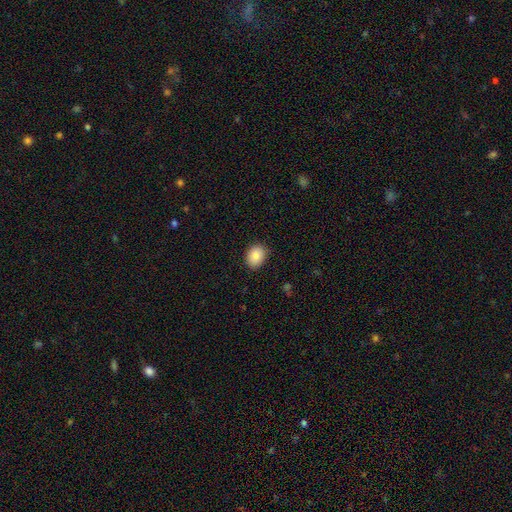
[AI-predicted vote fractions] The model was most divided on "how rounded": in between: 60%, round: 39%, cigar-shaped: 1%. More confident: smooth or featured — smooth (87%); merging — none (86%).